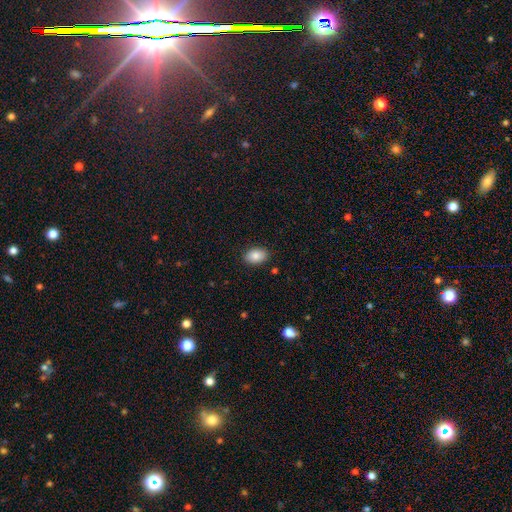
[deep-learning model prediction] Smooth or featured? smooth (86%)
How rounded? in between (88%)
Merging? none (88%)